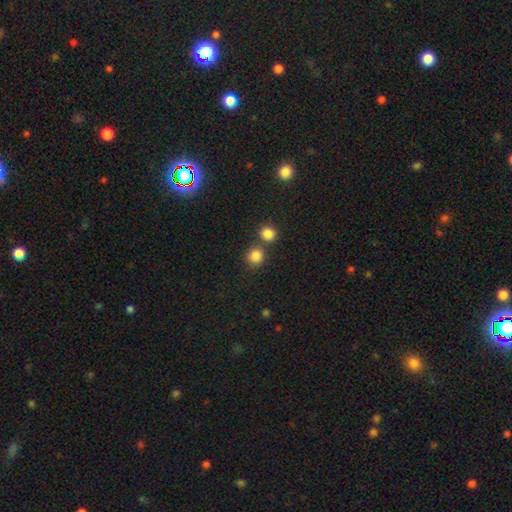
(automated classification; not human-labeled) Smooth or featured? smooth (84%)
How rounded? round (88%)
Merging? none (69%)